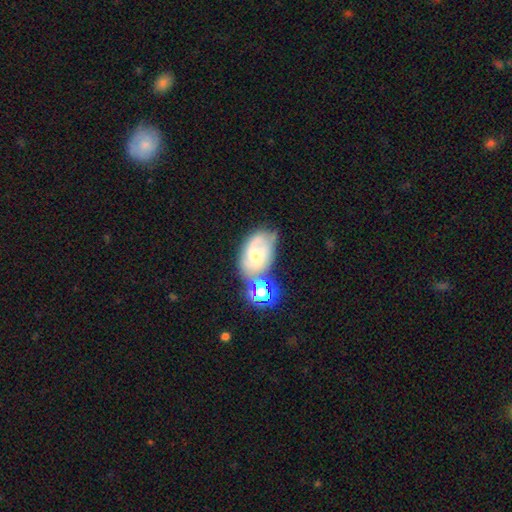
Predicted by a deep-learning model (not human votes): Smooth or featured? Predicted: featured or disk (p=0.61). Edge-on disk? Predicted: no (p=0.96). Bar? Predicted: no (p=0.59). Spiral arms? Predicted: yes (p=0.80). Bulge size? Predicted: moderate (p=0.56). Merging? Predicted: none (p=0.42).